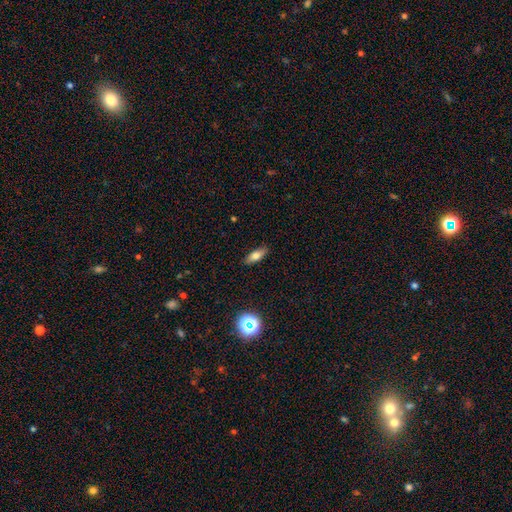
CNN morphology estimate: A smooth galaxy with no disk features (70%) that is in between round and cigar-shaped (64%). Merging: none (87%).